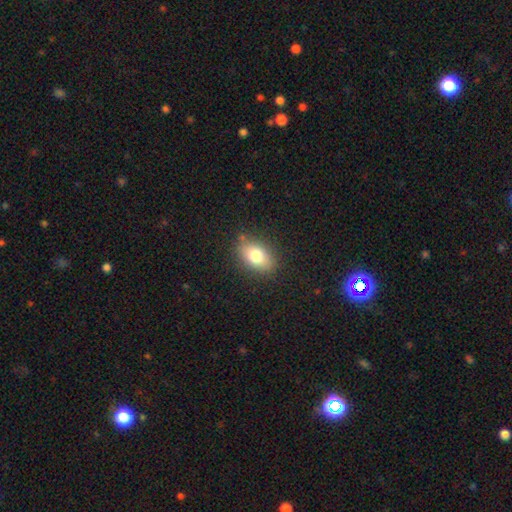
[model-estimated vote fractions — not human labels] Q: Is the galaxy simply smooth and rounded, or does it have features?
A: smooth — 78%.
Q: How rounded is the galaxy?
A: in between — 83%.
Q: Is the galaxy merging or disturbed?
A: none — 83%.